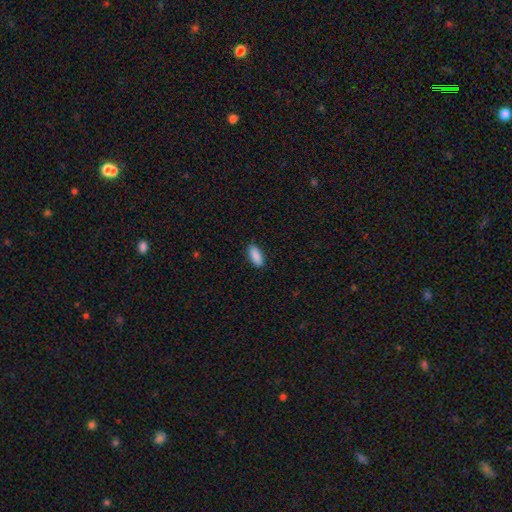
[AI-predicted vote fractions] smooth_or_featured: smooth (p=0.90) [alt: star or artifact p=0.06]
how_rounded: in between (p=0.80) [alt: cigar-shaped p=0.18]
merging: none (p=0.89) [alt: minor disturbance p=0.09]